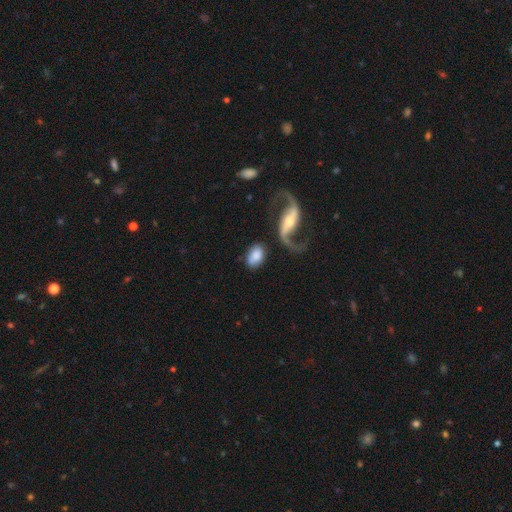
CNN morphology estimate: Q: Smooth or featured?
A: smooth (65%); runner-up: featured or disk (28%)
Q: How rounded?
A: in between (89%); runner-up: round (8%)
Q: Merging?
A: none (63%); runner-up: minor disturbance (16%)